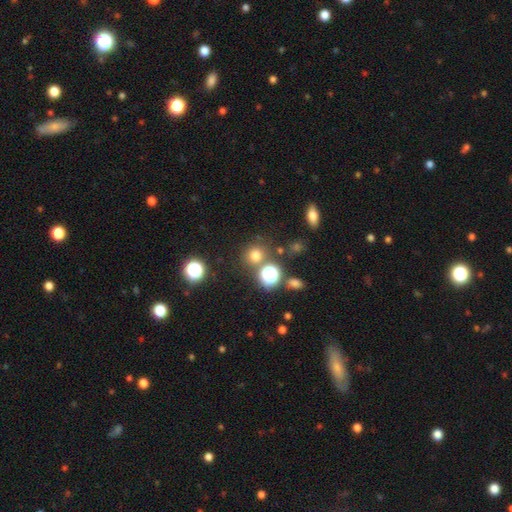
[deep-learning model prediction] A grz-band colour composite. It shows a smooth galaxy with no disk features (70%) that is round (86%). Merging: none (76%).